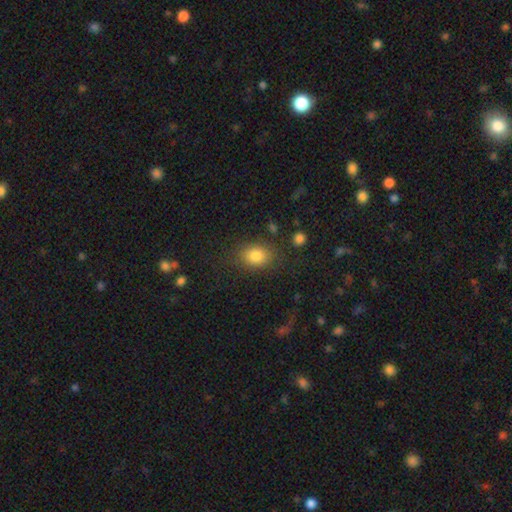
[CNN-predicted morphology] Smooth or featured? Predicted: smooth (p=0.82). How rounded? Predicted: in between (p=0.65). Merging? Predicted: none (p=0.78).